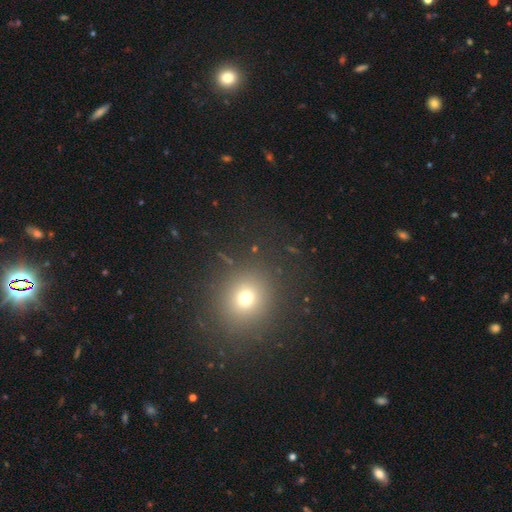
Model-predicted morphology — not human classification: Smooth or featured? Predicted: smooth (p=0.58). How rounded? Predicted: round (p=0.85). Merging? Predicted: none (p=0.89).